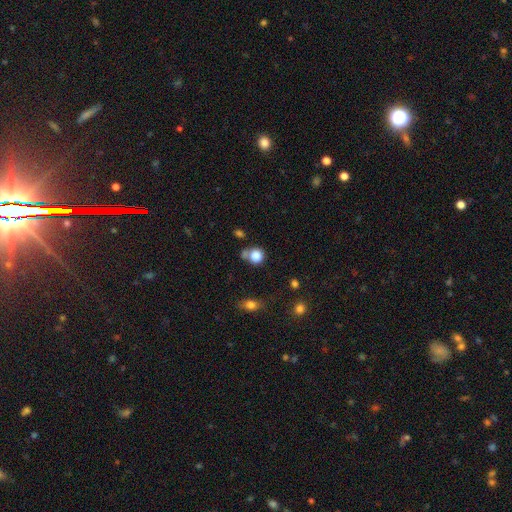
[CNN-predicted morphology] Q: Smooth or featured?
A: smooth (83%); runner-up: star or artifact (11%)
Q: How rounded?
A: round (84%); runner-up: in between (15%)
Q: Merging?
A: none (54%); runner-up: merger (23%)